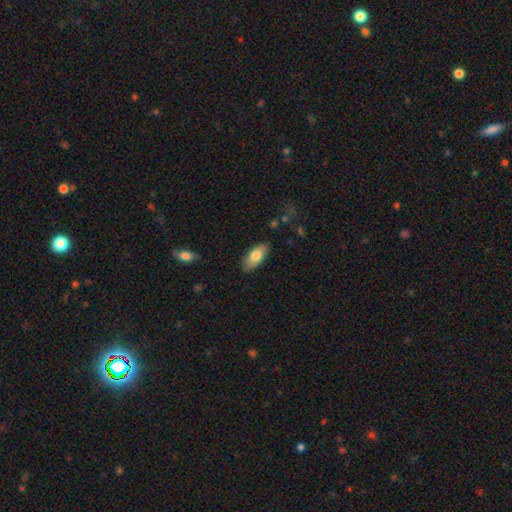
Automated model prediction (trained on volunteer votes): This appears to be a smooth galaxy with no disk features (75%) that is in between round and cigar-shaped (89%). Merging: none (83%).